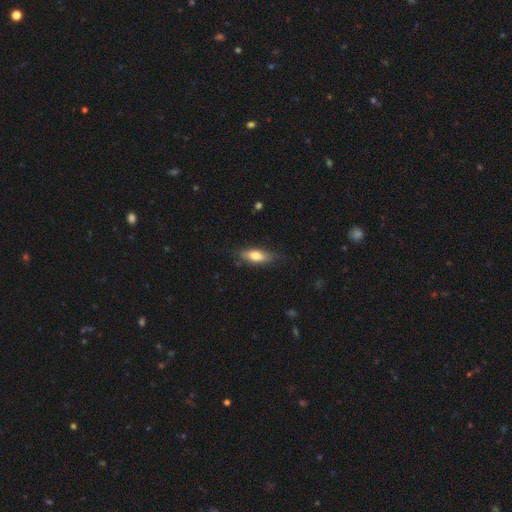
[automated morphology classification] smooth-or-featured: smooth: 73% | featured or disk: 21% | star or artifact: 6%
  how-rounded: in between: 71% | cigar-shaped: 26% | round: 3%
  merging: none: 78% | minor disturbance: 17% | major disturbance: 4% | merger: 1%